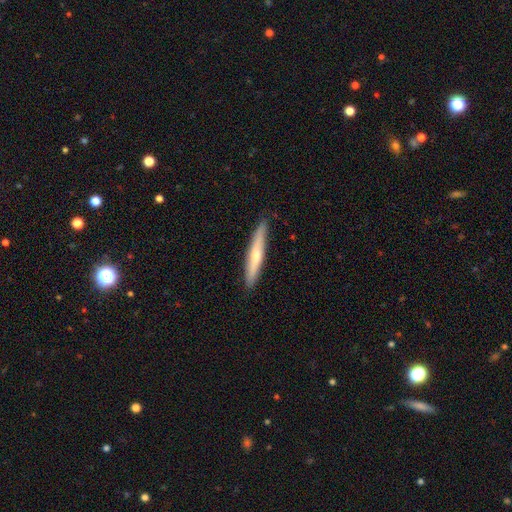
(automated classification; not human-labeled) Smooth or featured?
  - smooth: 52% *
  - featured or disk: 43%
  - star or artifact: 5%
How rounded?
  - cigar-shaped: 93% *
  - in between: 6%
  - round: 1%
Merging?
  - none: 89% *
  - minor disturbance: 9%
  - major disturbance: 2%
  - merger: 1%